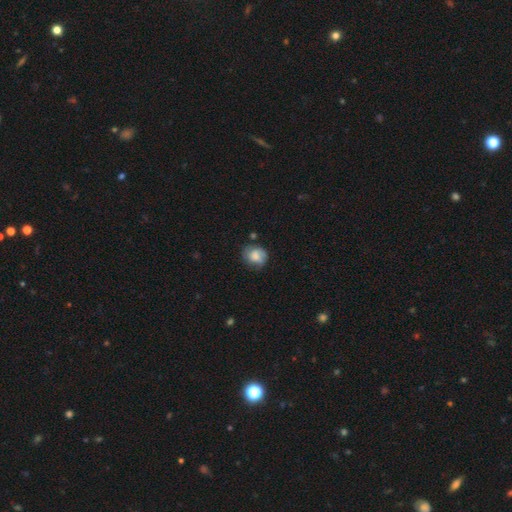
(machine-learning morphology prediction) Q: Smooth or featured?
A: smooth (66%); runner-up: featured or disk (26%)
Q: How rounded?
A: round (66%); runner-up: in between (33%)
Q: Merging?
A: none (59%); runner-up: minor disturbance (28%)